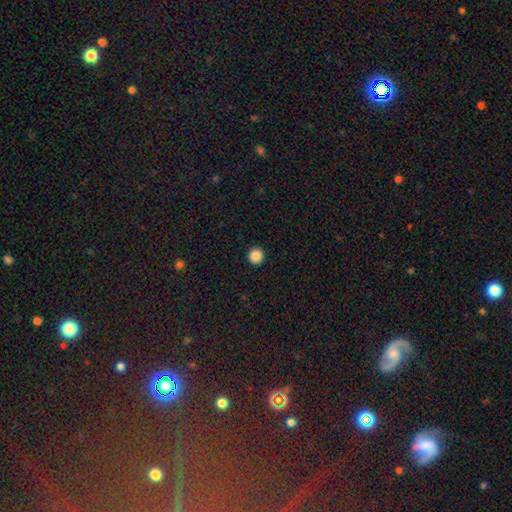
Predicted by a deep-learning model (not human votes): Smooth or featured? Predicted: smooth (p=0.87). How rounded? Predicted: round (p=0.95). Merging? Predicted: none (p=0.94).